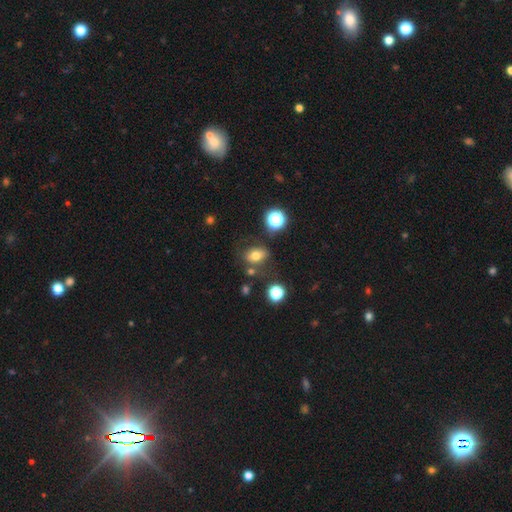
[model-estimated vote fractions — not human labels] Smooth or featured? smooth (71%)
How rounded? in between (64%)
Merging? none (67%)